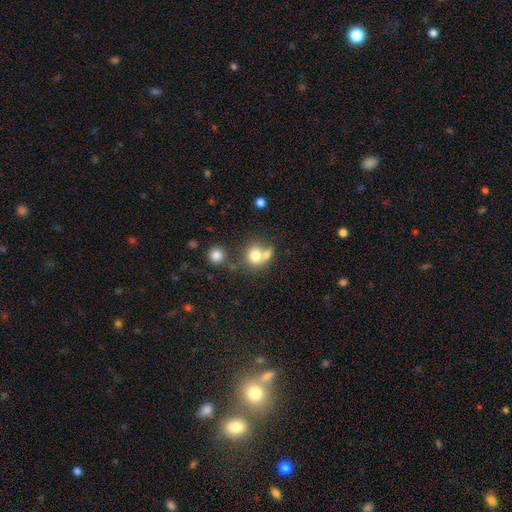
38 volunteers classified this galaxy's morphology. This is likely a smooth galaxy (74%). How rounded: clearly round (89%). Merging: possibly none (49%).